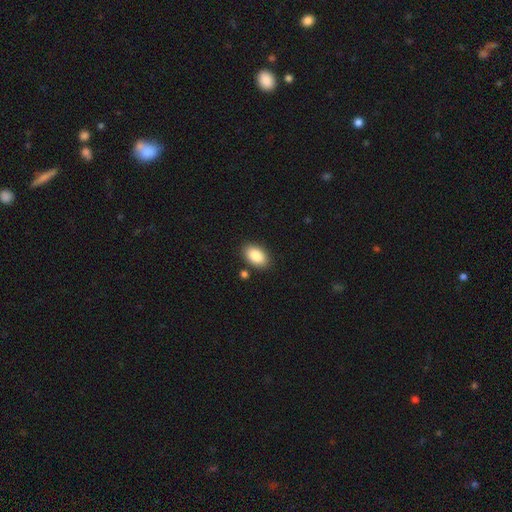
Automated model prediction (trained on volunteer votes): smooth_or_featured: smooth (p=0.88) [alt: star or artifact p=0.07]
how_rounded: in between (p=0.93) [alt: round p=0.06]
merging: none (p=0.86) [alt: minor disturbance p=0.09]